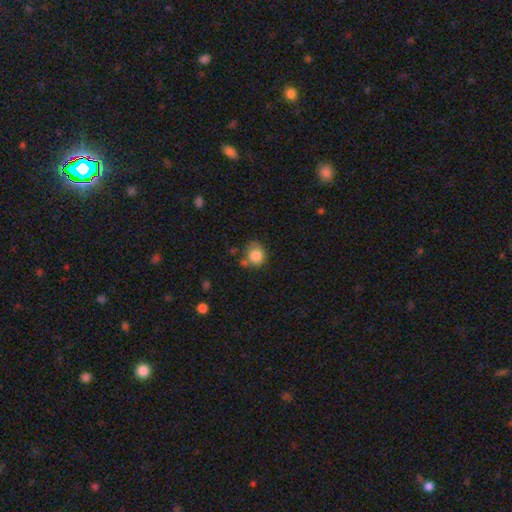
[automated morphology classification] Smooth or featured: smooth — 83% (star or artifact — 9%)
How rounded: round — 77% (in between — 22%)
Merging: none — 54% (minor disturbance — 26%)